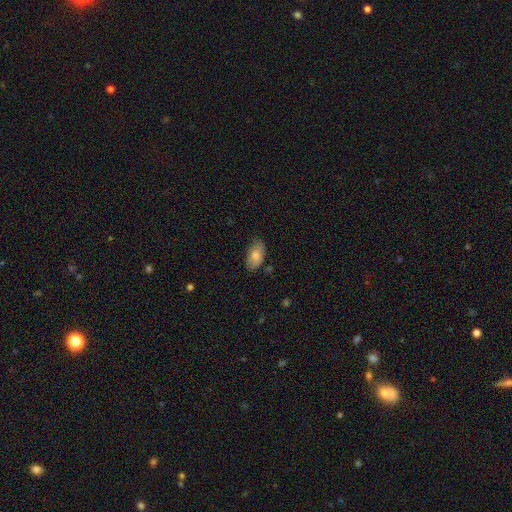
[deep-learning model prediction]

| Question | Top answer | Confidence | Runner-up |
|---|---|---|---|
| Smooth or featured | smooth | 81% | featured or disk (13%) |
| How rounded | in between | 94% | round (4%) |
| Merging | none | 76% | minor disturbance (19%) |